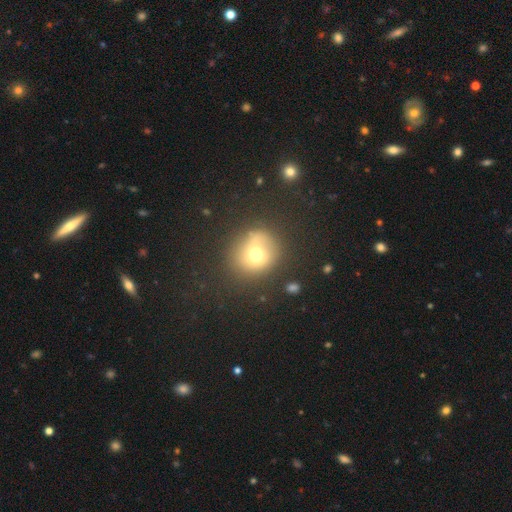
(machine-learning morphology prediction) The model was most divided on "merging": none: 63%, minor disturbance: 18%, major disturbance: 10%, merger: 8%. More confident: how rounded — round (82%); smooth or featured — smooth (67%).